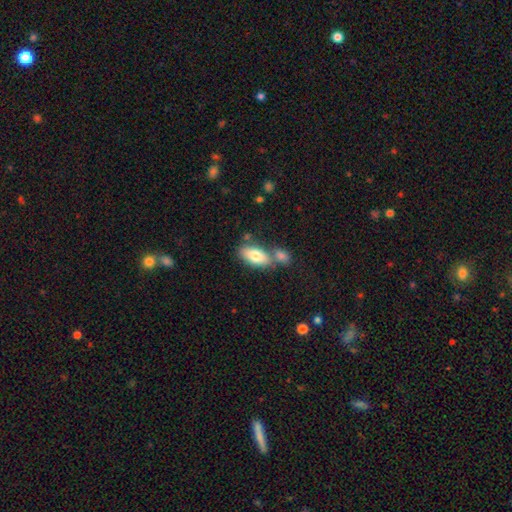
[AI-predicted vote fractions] Q: Smooth or featured?
A: smooth (79%); runner-up: featured or disk (15%)
Q: How rounded?
A: in between (90%); runner-up: cigar-shaped (6%)
Q: Merging?
A: none (49%); runner-up: merger (35%)